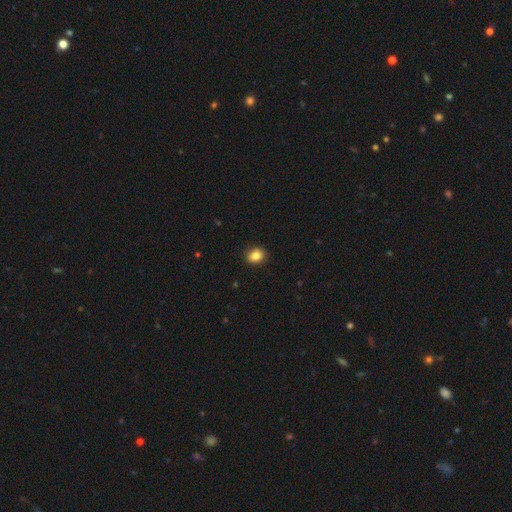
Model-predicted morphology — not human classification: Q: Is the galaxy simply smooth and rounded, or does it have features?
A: smooth — 85%.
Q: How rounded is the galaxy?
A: round — 52%.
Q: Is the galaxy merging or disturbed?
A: none — 90%.